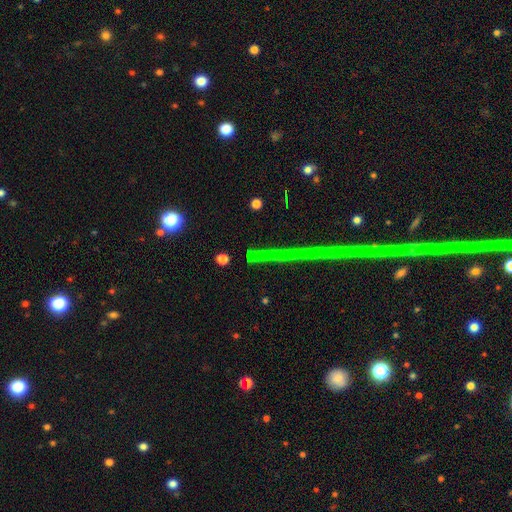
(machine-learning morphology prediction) smooth_or_featured: star or artifact (p=0.54) [alt: smooth p=0.33]